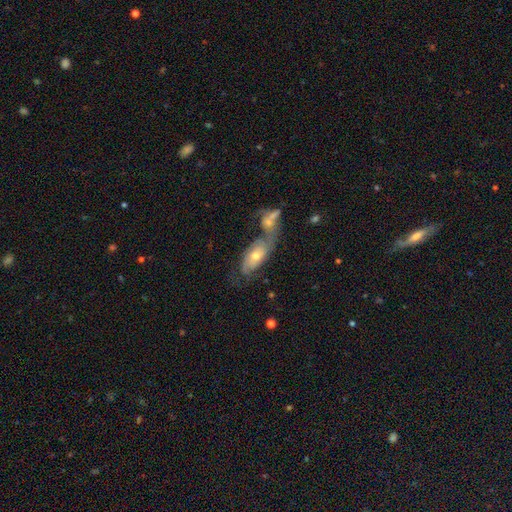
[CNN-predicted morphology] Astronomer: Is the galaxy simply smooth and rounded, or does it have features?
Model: featured or disk — 54% (runner-up: smooth, 35%).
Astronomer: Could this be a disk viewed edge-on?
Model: no — 85%.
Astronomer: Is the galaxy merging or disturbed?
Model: merger — 47% (runner-up: none, 32%).